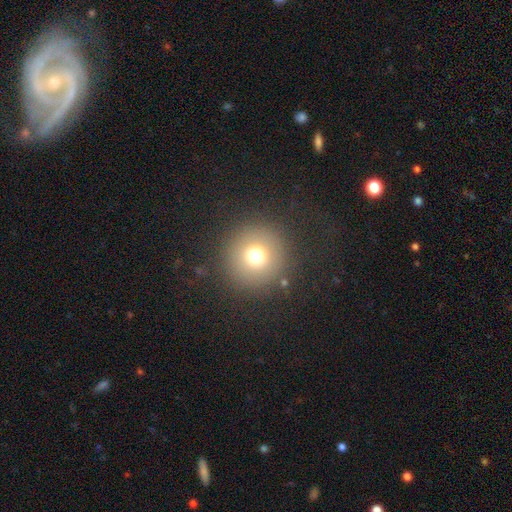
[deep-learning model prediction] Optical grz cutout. It shows a smooth galaxy with no disk features (72%) that is round (96%). Merging: none (87%).